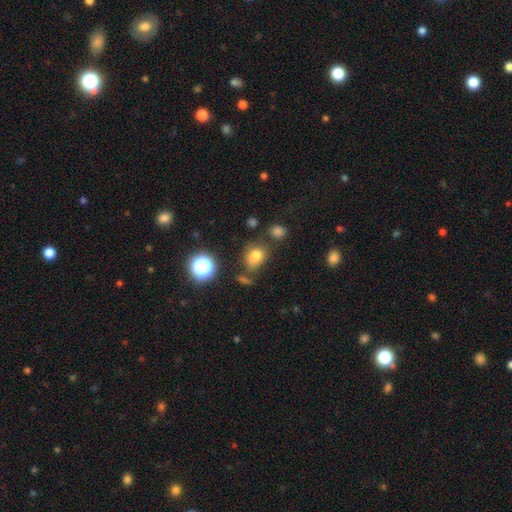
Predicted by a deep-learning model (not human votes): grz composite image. It shows a smooth galaxy with no disk features (75%) that is round (51%). Merging: none (62%).